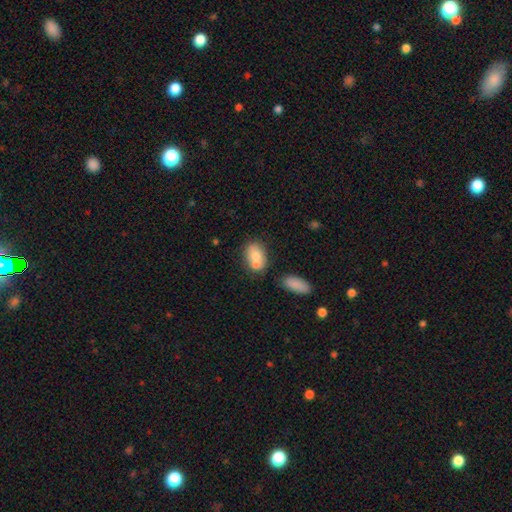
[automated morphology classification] Q: Smooth or featured?
A: smooth (72%); runner-up: featured or disk (20%)
Q: How rounded?
A: in between (77%); runner-up: round (22%)
Q: Merging?
A: none (42%); runner-up: merger (41%)